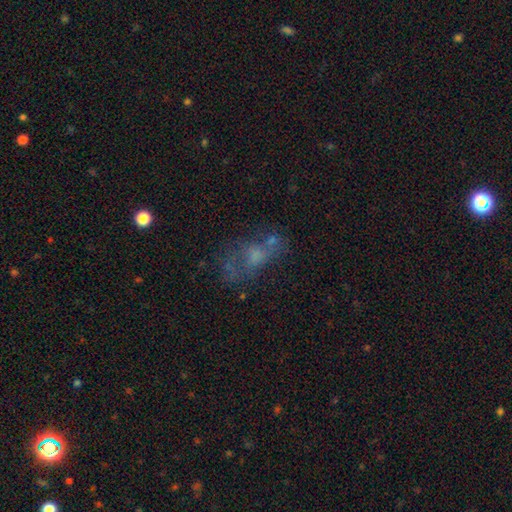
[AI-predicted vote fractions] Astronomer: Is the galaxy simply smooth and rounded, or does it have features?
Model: smooth — 43% (runner-up: featured or disk, 39%).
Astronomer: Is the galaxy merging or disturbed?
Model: none — 36% (runner-up: major disturbance, 30%).